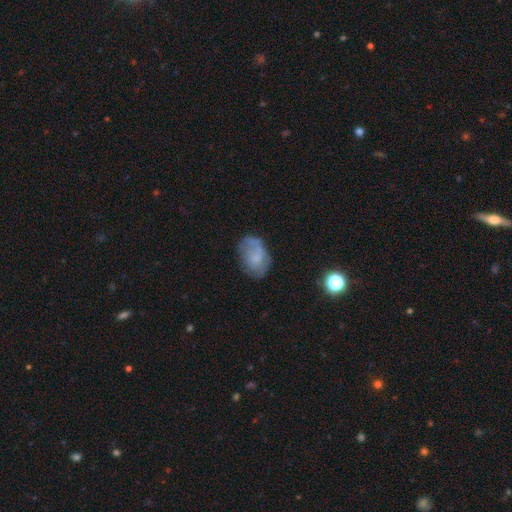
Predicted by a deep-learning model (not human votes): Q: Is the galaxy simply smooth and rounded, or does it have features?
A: smooth — 54%.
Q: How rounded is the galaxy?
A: in between — 83%.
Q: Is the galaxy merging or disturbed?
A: none — 53%.